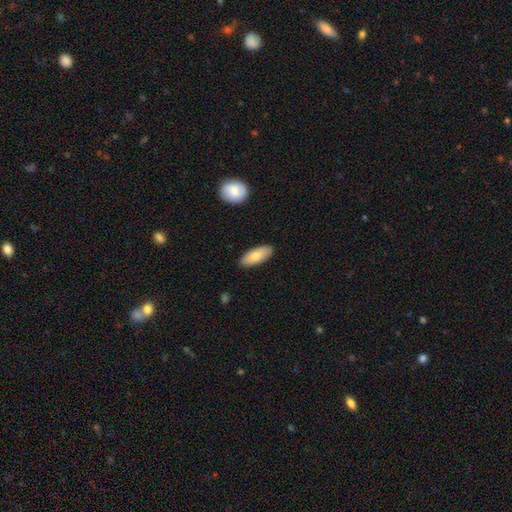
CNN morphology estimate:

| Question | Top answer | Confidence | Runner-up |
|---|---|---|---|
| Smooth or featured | smooth | 80% | featured or disk (14%) |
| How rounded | in between | 82% | cigar-shaped (16%) |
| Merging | none | 87% | minor disturbance (9%) |